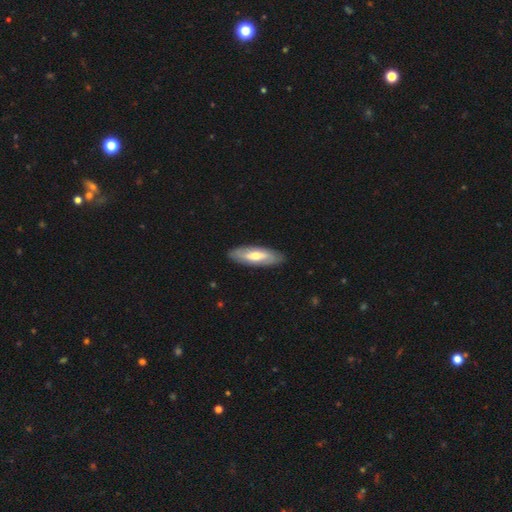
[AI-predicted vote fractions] Overall: featured or disk (49%; smooth 47%). Merging: none (88%).